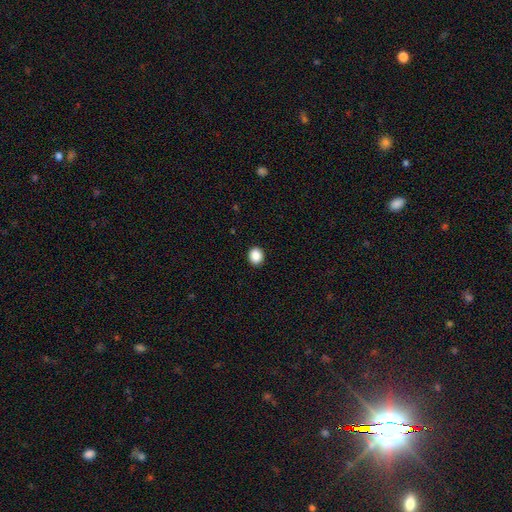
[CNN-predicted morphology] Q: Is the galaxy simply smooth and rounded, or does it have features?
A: smooth — 88%.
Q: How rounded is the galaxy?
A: round — 76%.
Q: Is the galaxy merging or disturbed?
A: none — 93%.